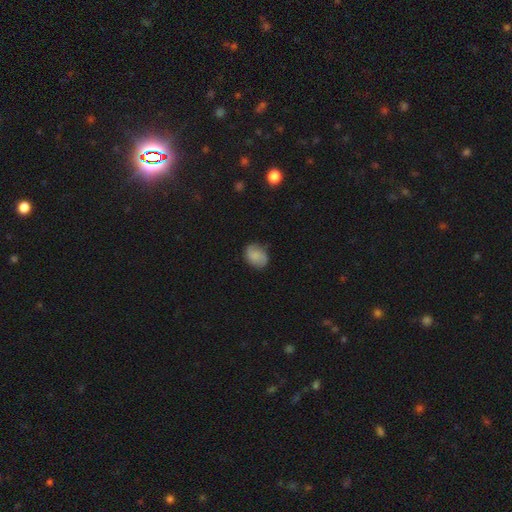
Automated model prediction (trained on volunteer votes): A smooth galaxy with no disk features (63%) that is in between round and cigar-shaped (60%). Merging: none (75%).